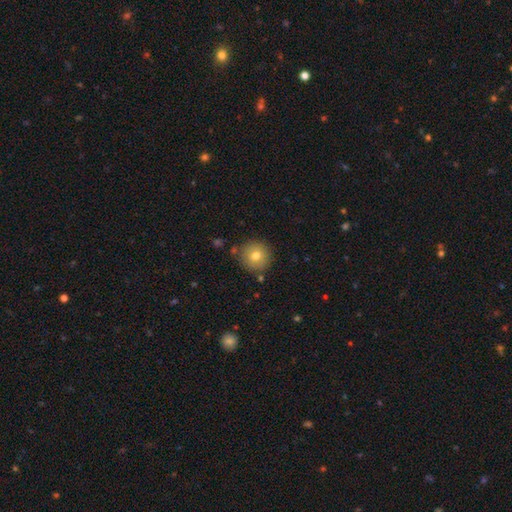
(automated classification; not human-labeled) smooth-or-featured: smooth: 76% | featured or disk: 13% | star or artifact: 11%
  how-rounded: round: 94% | in between: 5% | cigar-shaped: 1%
  merging: none: 85% | minor disturbance: 9% | merger: 4% | major disturbance: 3%